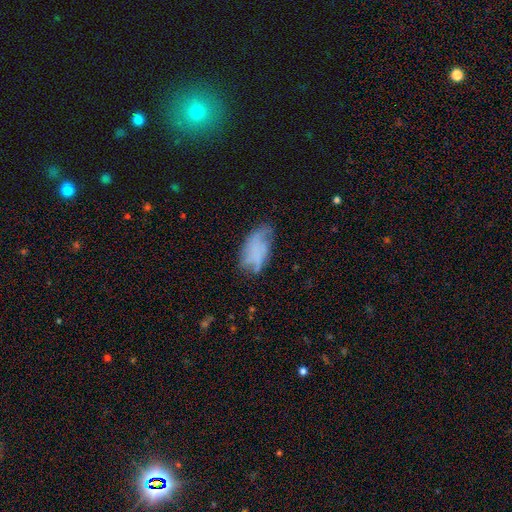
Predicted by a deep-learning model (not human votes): This appears to be a smooth galaxy with no disk features (51%) that is in between round and cigar-shaped (92%). Merging: none (49%).